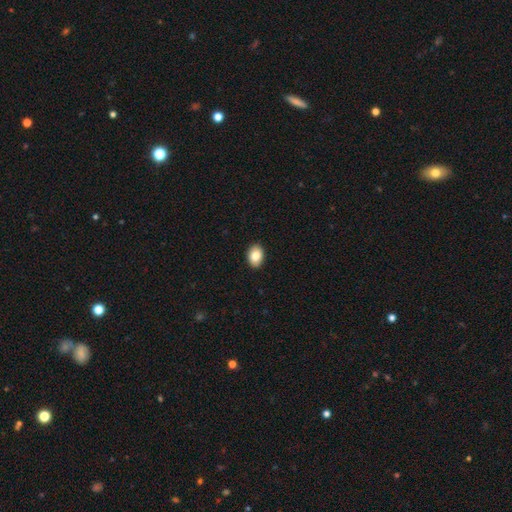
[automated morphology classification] Smooth or featured?
  - smooth: 85% *
  - star or artifact: 8%
  - featured or disk: 8%
How rounded?
  - in between: 79% *
  - round: 20%
  - cigar-shaped: 1%
Merging?
  - none: 90% *
  - minor disturbance: 7%
  - major disturbance: 2%
  - merger: 1%